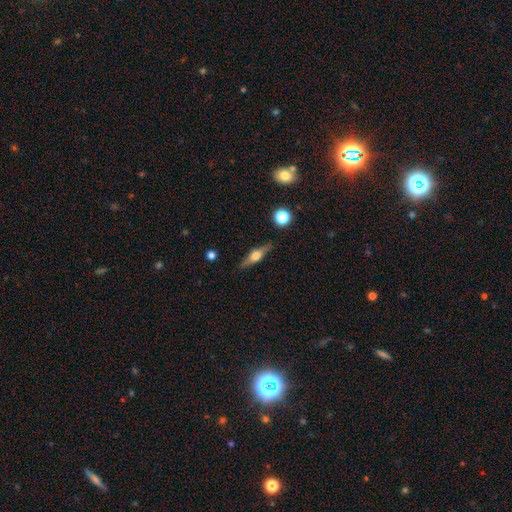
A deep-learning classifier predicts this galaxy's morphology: Smooth or featured: featured or disk — 63% (smooth — 29%)
Edge-on disk: yes — 95% (no — 5%)
Edge-on bulge: rounded — 92% (boxy — 7%)
Merging: none — 86% (minor disturbance — 10%)